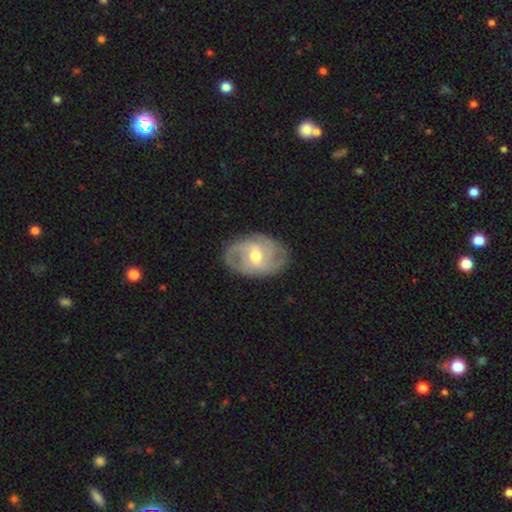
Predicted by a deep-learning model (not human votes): smooth-or-featured: featured or disk: 75% | smooth: 20% | star or artifact: 5%
  disk-edge-on: no: 95% | yes: 5%
    bar: weak: 51% | no: 31% | strong: 18%
    has-spiral-arms: yes: 84% | no: 16%
      spiral-winding: tight: 42% | medium: 40% | loose: 18%
      spiral-arm-count: 2: 42% | can't tell: 28% | 3: 17% | 4: 5% | 1: 4% | more than 4: 3%
    bulge-size: moderate: 70% | small: 23% | large: 5% | none: 1% | dominant: 1%
  merging: none: 79% | minor disturbance: 15% | major disturbance: 5% | merger: 1%